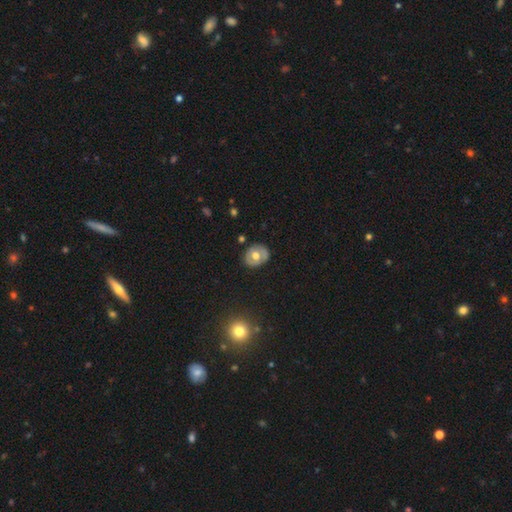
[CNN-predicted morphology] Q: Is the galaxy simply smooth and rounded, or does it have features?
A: smooth — 51%.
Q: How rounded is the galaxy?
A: round — 61%.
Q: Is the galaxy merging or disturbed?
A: none — 82%.